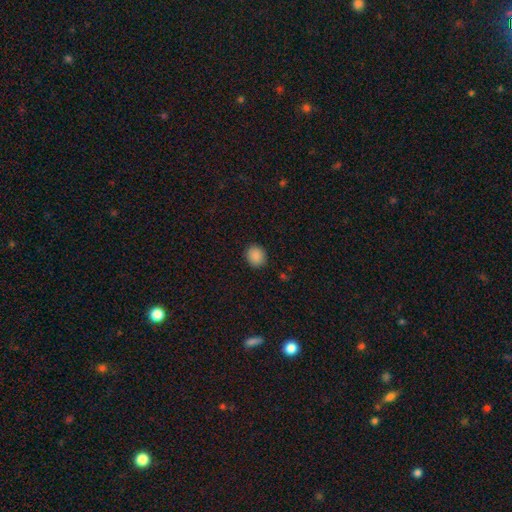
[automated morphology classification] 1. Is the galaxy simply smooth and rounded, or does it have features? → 88% smooth, 9% star or artifact, 3% featured or disk.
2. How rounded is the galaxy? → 77% round, 22% in between, 1% cigar-shaped.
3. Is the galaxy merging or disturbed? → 91% none, 6% minor disturbance, 2% major disturbance, 1% merger.